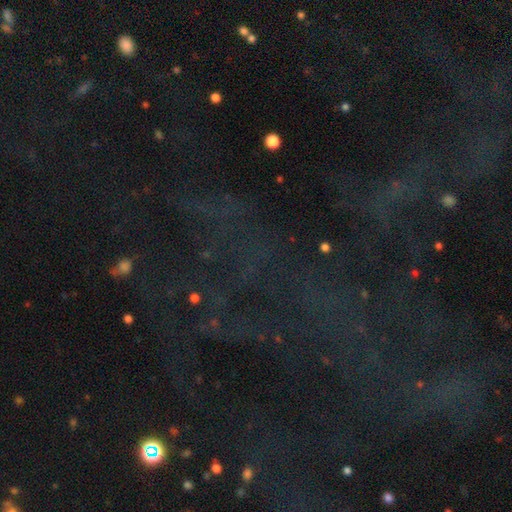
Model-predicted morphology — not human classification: Smooth or featured?
  - star or artifact: 77% *
  - smooth: 12%
  - featured or disk: 11%